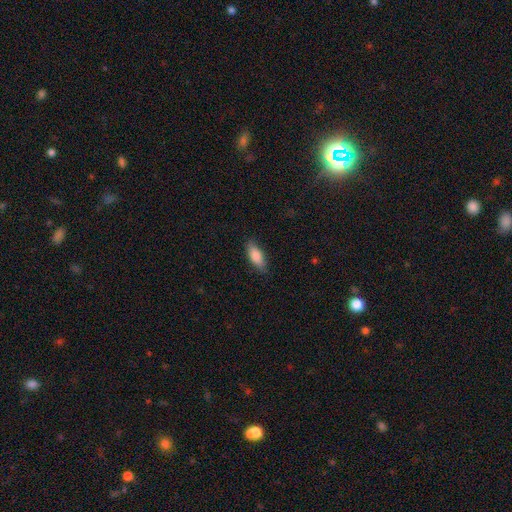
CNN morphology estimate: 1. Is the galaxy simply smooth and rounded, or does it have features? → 85% smooth, 9% featured or disk, 6% star or artifact.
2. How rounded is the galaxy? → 78% in between, 20% cigar-shaped, 2% round.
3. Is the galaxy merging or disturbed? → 82% none, 14% minor disturbance, 3% major disturbance, 1% merger.